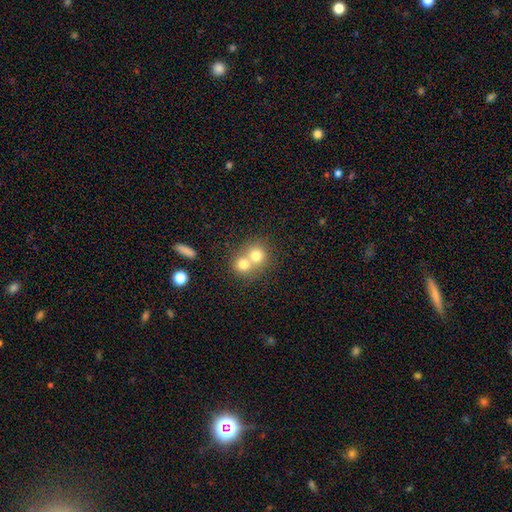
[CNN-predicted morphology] Q: Smooth or featured?
A: smooth (73%); runner-up: featured or disk (16%)
Q: How rounded?
A: round (83%); runner-up: in between (16%)
Q: Merging?
A: merger (63%); runner-up: none (31%)